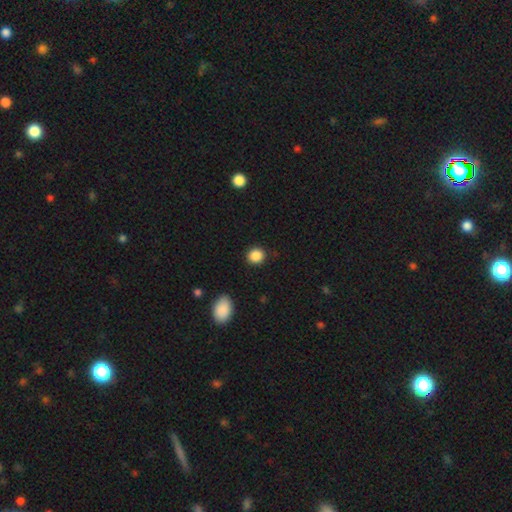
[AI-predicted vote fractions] This appears to be a smooth galaxy with no disk features (87%) that is round (86%). Merging: none (89%).